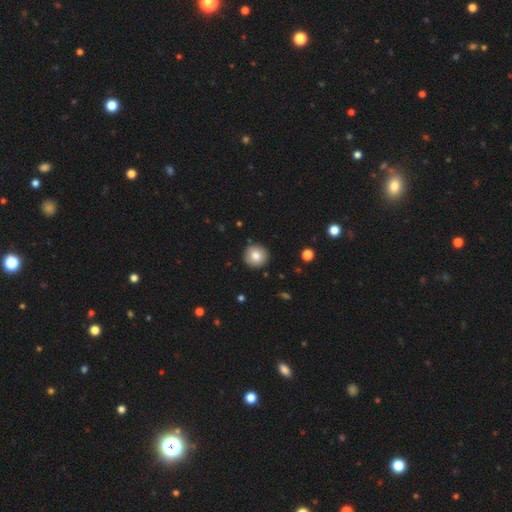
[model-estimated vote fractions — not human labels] Smooth or featured? smooth (82%)
How rounded? round (94%)
Merging? none (90%)